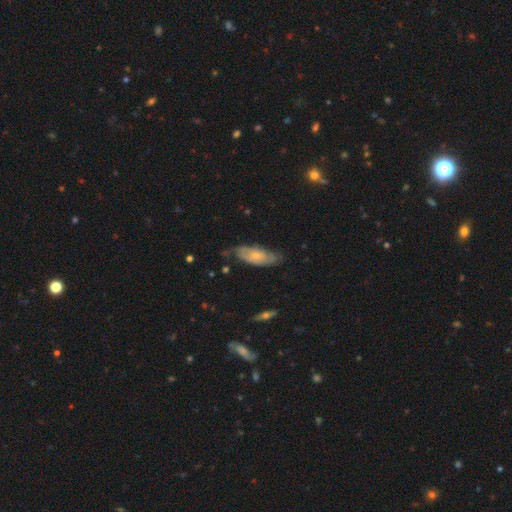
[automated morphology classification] A featured or disk galaxy (47%, tied with smooth). Merging: none (62%).